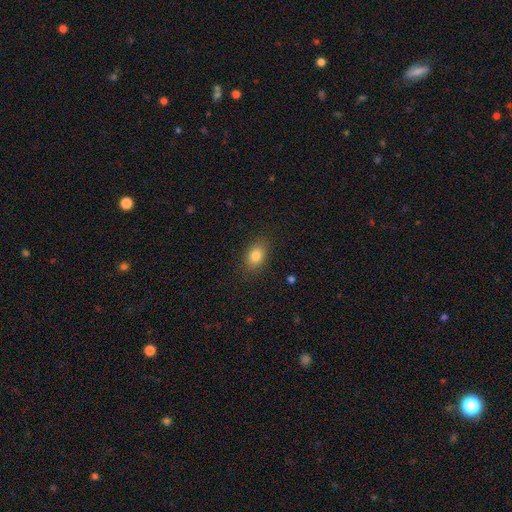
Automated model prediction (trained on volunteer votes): Smooth or featured?
  - smooth: 83% *
  - star or artifact: 9%
  - featured or disk: 7%
How rounded?
  - in between: 78% *
  - round: 20%
  - cigar-shaped: 2%
Merging?
  - none: 86% *
  - minor disturbance: 10%
  - major disturbance: 3%
  - merger: 1%